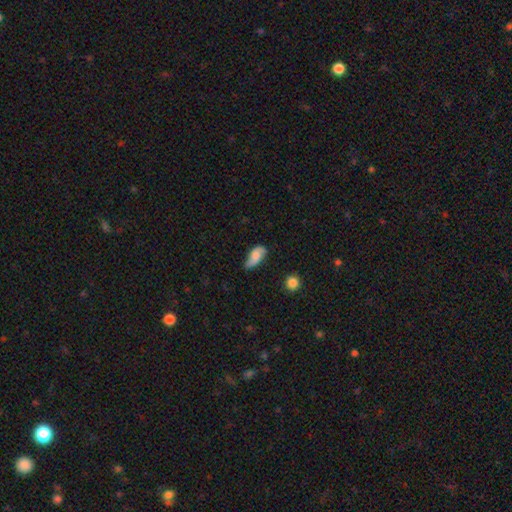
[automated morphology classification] Smooth or featured: smooth — 60% (featured or disk — 32%)
How rounded: in between — 87% (cigar-shaped — 9%)
Merging: none — 58% (minor disturbance — 32%)